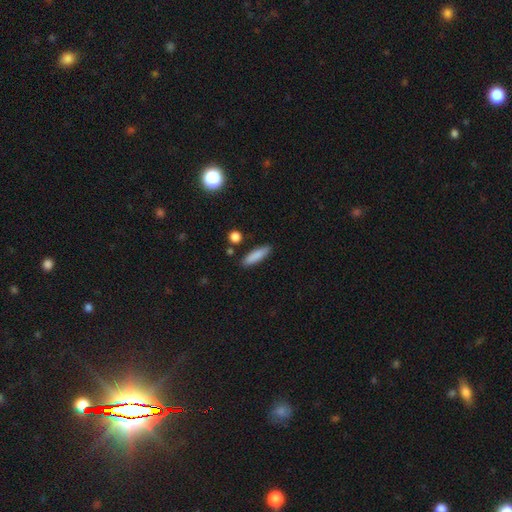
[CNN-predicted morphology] Q: Smooth or featured?
A: smooth (85%); runner-up: featured or disk (8%)
Q: How rounded?
A: cigar-shaped (64%); runner-up: in between (34%)
Q: Merging?
A: none (85%); runner-up: minor disturbance (10%)